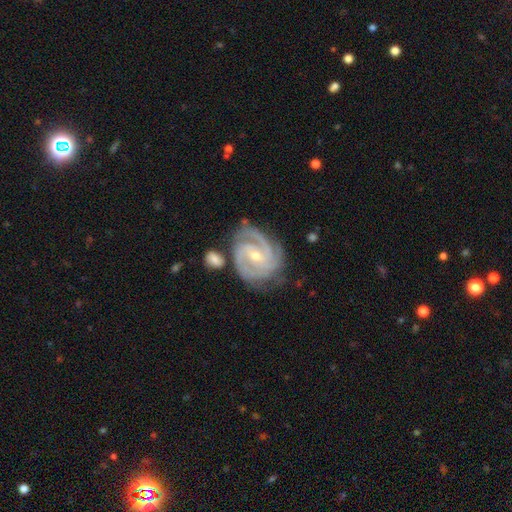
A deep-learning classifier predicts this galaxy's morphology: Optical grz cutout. It shows a featured or disk galaxy (92%) with a weak bar (42%), 3 (45%) tight (63%) spiral arms (98%) and a small central bulge (64%). Merging: none (65%).